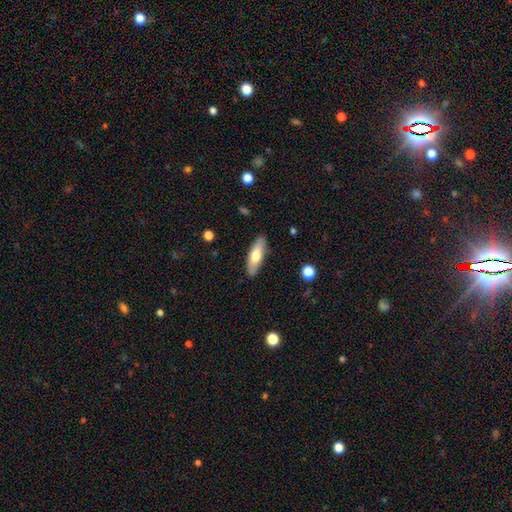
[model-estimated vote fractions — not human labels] A smooth galaxy with no disk features (67%) that is in between round and cigar-shaped (57%). Merging: none (87%).